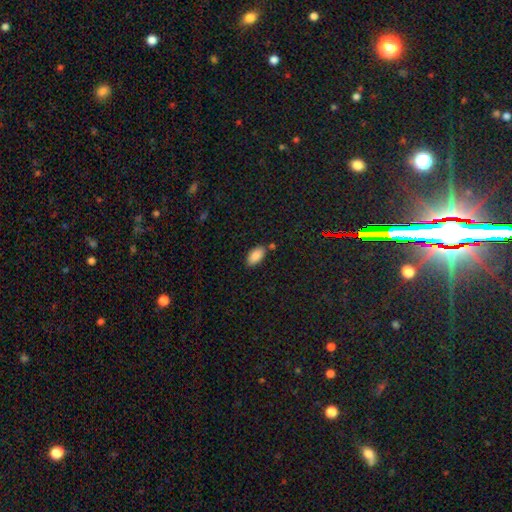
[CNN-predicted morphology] Smooth or featured: smooth — 86% (star or artifact — 8%)
How rounded: in between — 94% (round — 3%)
Merging: none — 74% (minor disturbance — 15%)